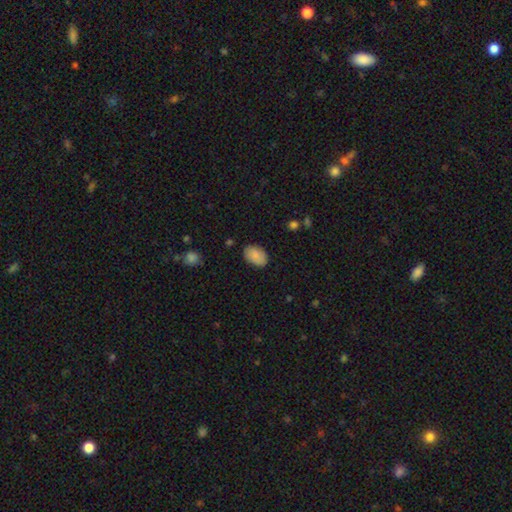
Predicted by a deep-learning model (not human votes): Smooth or featured? Predicted: smooth (p=0.87). How rounded? Predicted: in between (p=0.89). Merging? Predicted: none (p=0.84).